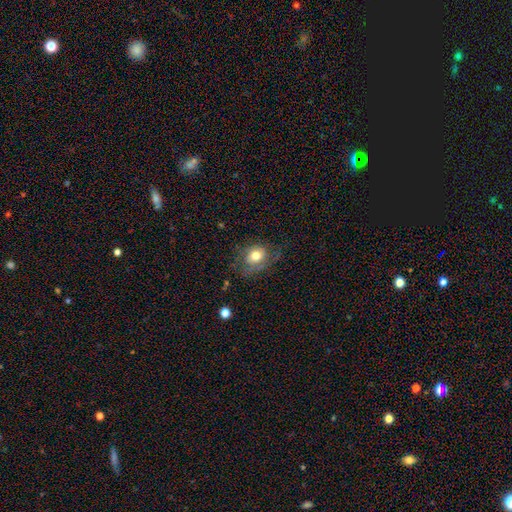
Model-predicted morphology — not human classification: smooth 62%, featured or disk 29%, star or artifact 9%. Down the decision tree: how rounded — in between (55%); merging — none (55%).